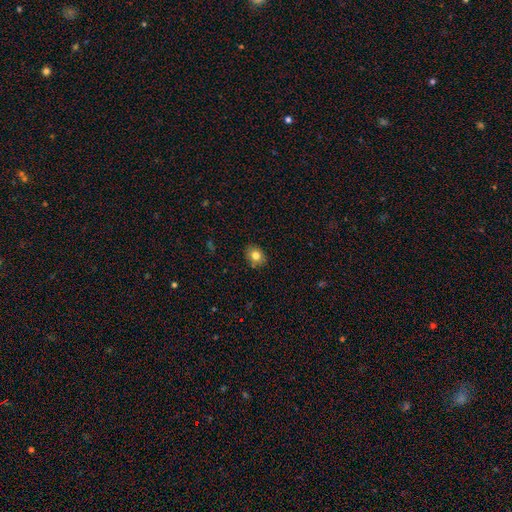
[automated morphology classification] This is likely a smooth galaxy (79%). How rounded: possibly round (53%). Merging: clearly none (85%).